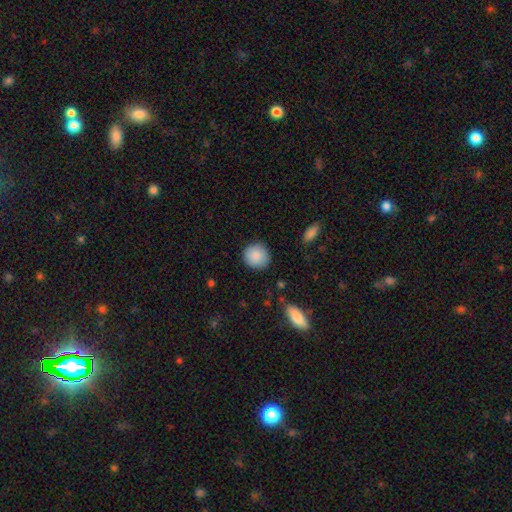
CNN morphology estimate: A smooth galaxy with no disk features (88%) that is round (90%). Merging: none (88%).